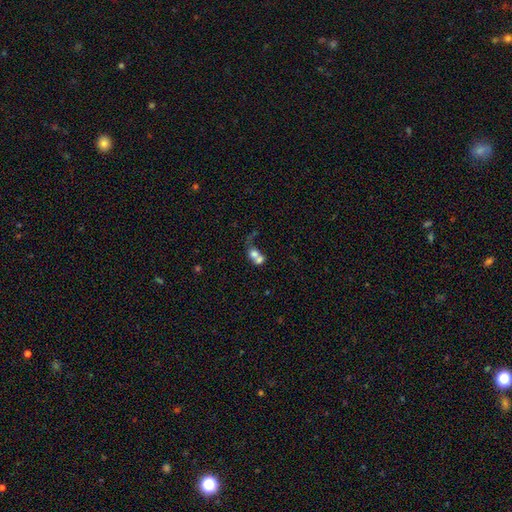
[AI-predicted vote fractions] This is likely a smooth galaxy (62%). How rounded: possibly round (60%). Merging: likely merger (72%).